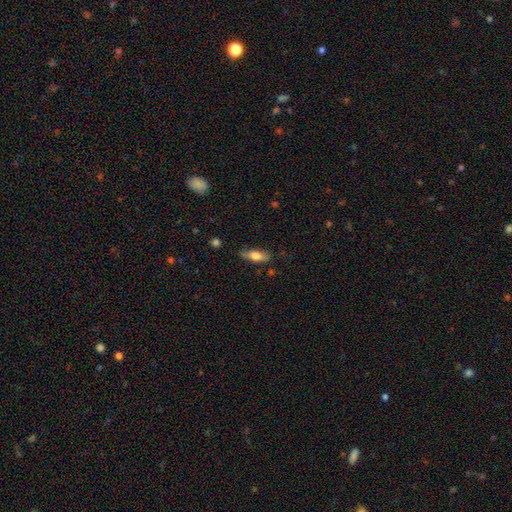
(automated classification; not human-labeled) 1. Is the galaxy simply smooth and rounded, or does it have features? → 73% smooth, 21% featured or disk, 7% star or artifact.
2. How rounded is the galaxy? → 65% in between, 32% cigar-shaped, 3% round.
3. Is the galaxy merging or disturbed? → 75% none, 19% minor disturbance, 4% major disturbance, 2% merger.